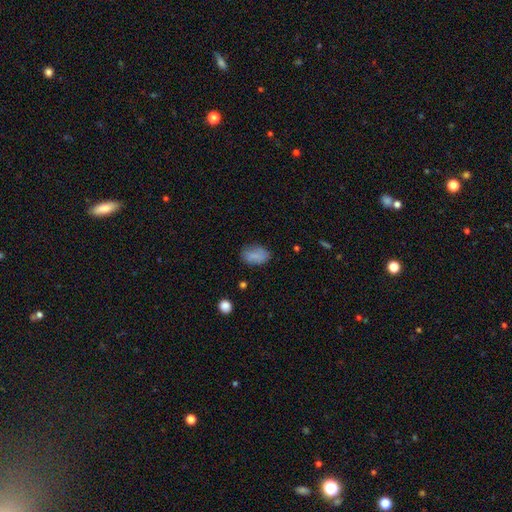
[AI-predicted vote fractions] smooth 82%, star or artifact 9%, featured or disk 9%. Down the decision tree: how rounded — in between (89%); merging — none (75%).